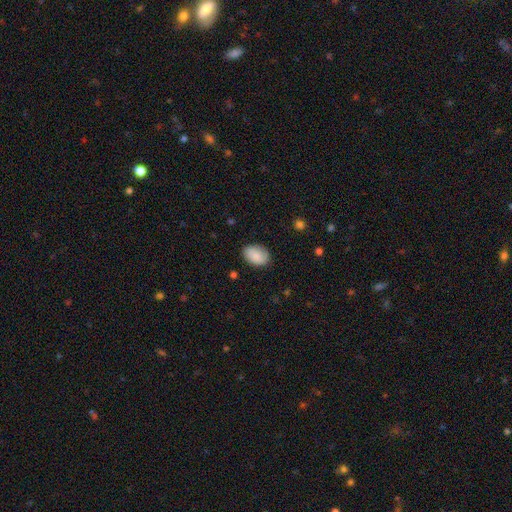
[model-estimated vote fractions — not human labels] This is clearly a smooth galaxy (83%). How rounded: clearly in between (83%). Merging: likely none (80%).